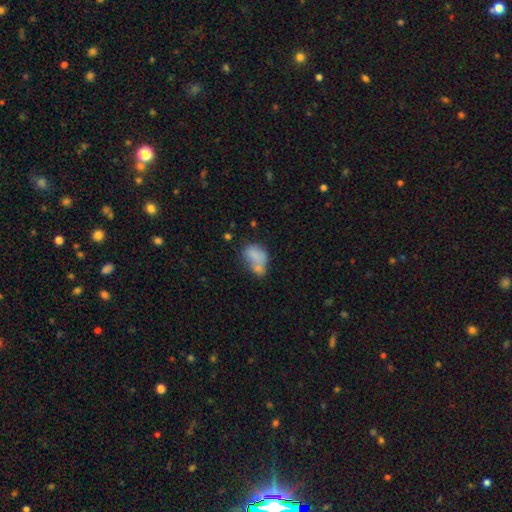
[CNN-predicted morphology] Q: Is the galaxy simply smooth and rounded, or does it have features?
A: smooth — 70%.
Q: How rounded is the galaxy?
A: in between — 79%.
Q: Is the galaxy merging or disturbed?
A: merger — 40%.